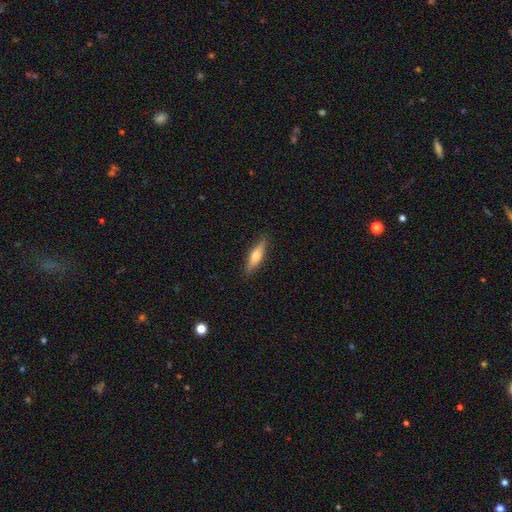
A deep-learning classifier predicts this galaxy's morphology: smooth 58%, featured or disk 36%, star or artifact 6%. Down the decision tree: how rounded — cigar-shaped (69%); merging — none (89%).